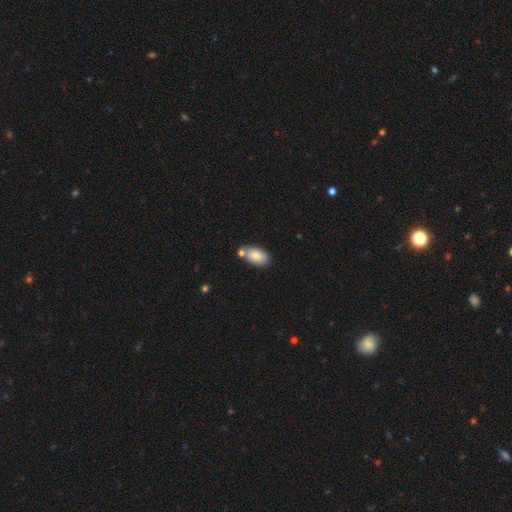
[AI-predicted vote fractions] The model was most divided on "merging": none: 63%, merger: 19%, minor disturbance: 15%, major disturbance: 3%. More confident: how rounded — in between (93%); smooth or featured — smooth (84%).